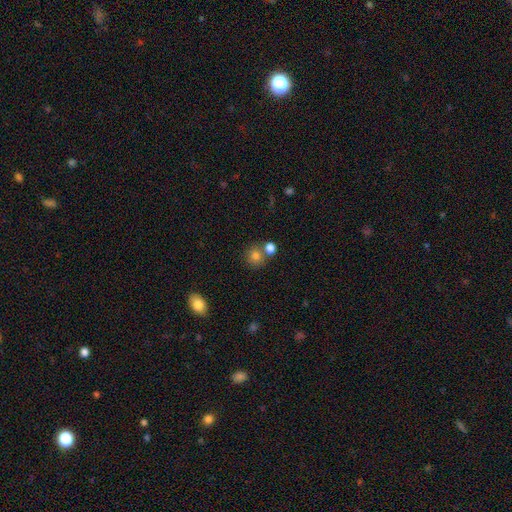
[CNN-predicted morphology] Smooth or featured? smooth (81%)
How rounded? round (83%)
Merging? none (62%)